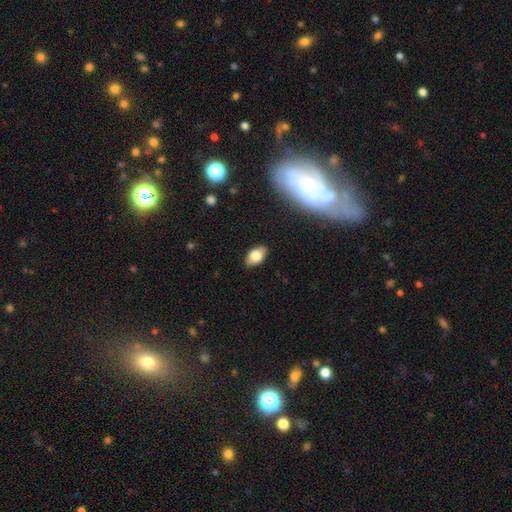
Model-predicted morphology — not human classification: A smooth galaxy with no disk features (76%) that is in between round and cigar-shaped (91%).

Vote fractions:
- Smooth or featured? smooth: 76% / featured or disk: 16% / star or artifact: 8%
- How rounded? in between: 91% / round: 7% / cigar-shaped: 2%
- Merging? none: 86% / minor disturbance: 11% / major disturbance: 2% / merger: 1%